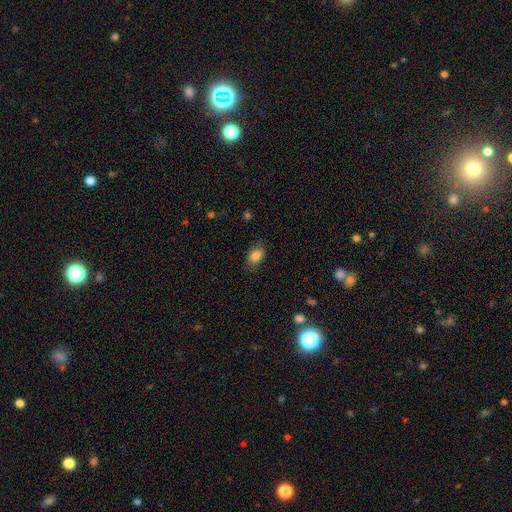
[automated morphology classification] smooth-or-featured: smooth: 84% | star or artifact: 8% | featured or disk: 8%
  how-rounded: in between: 87% | round: 11% | cigar-shaped: 2%
  merging: none: 80% | minor disturbance: 15% | major disturbance: 4% | merger: 1%